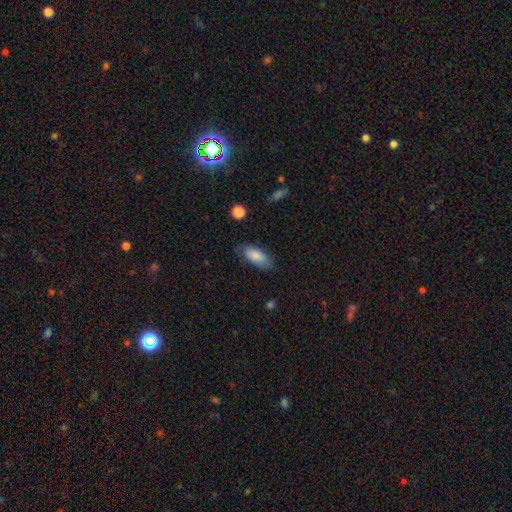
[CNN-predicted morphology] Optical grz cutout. It shows a smooth galaxy with no disk features (83%) that is in between round and cigar-shaped (86%). Merging: none (72%).